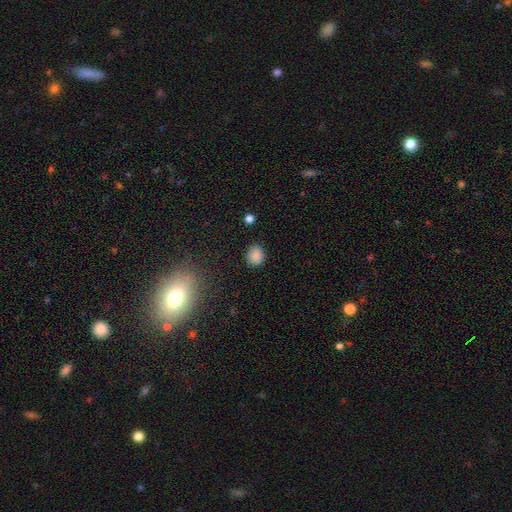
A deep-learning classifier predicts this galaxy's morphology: smooth_or_featured: smooth (p=0.84) [alt: star or artifact p=0.11]
how_rounded: round (p=0.69) [alt: in between p=0.30]
merging: none (p=0.85) [alt: minor disturbance p=0.11]